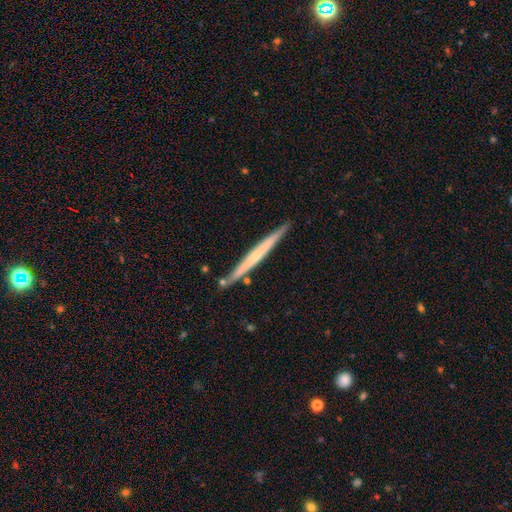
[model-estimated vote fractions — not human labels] Smooth or featured? Predicted: featured or disk (p=0.57). Edge-on disk? Predicted: yes (p=0.97). Edge-on bulge? Predicted: none (p=0.69). Merging? Predicted: none (p=0.87).